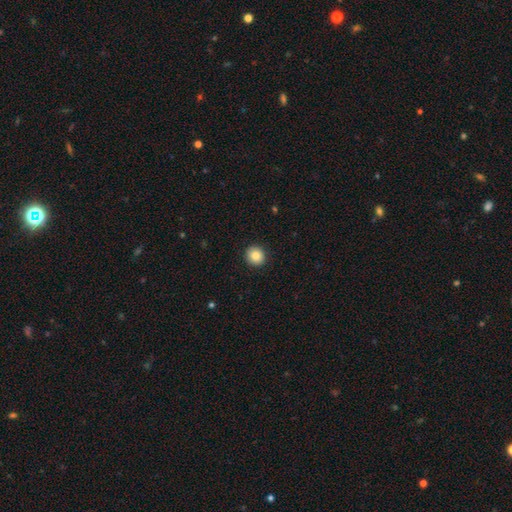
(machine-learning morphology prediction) Overall: smooth (86%). How rounded: round (91%). Merging: none (92%).